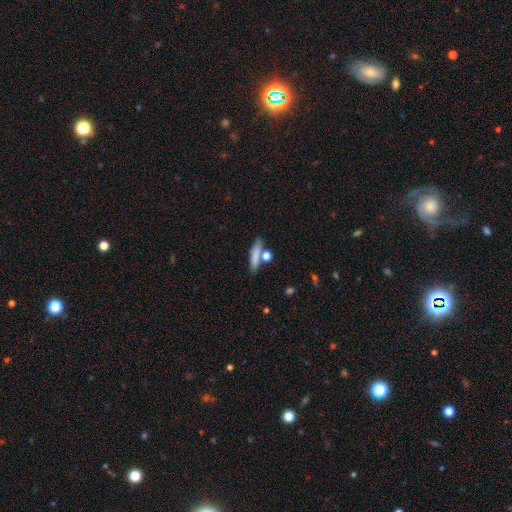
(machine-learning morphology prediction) Smooth or featured: smooth — 77% (featured or disk — 15%)
How rounded: cigar-shaped — 69% (in between — 23%)
Merging: none — 66% (merger — 17%)